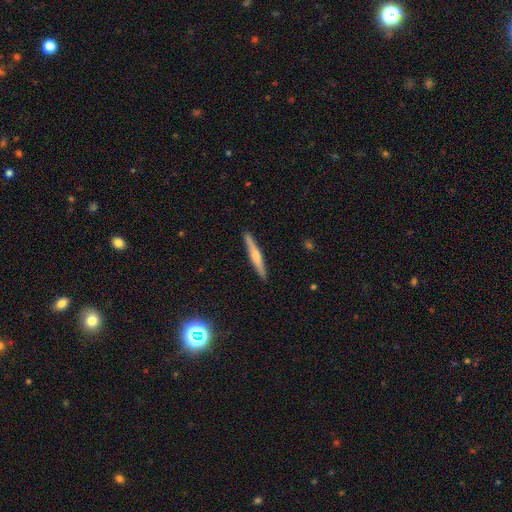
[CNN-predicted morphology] Q: Smooth or featured?
A: featured or disk (51%); runner-up: smooth (43%)
Q: Edge-on disk?
A: yes (97%); runner-up: no (3%)
Q: Merging?
A: none (91%); runner-up: minor disturbance (7%)